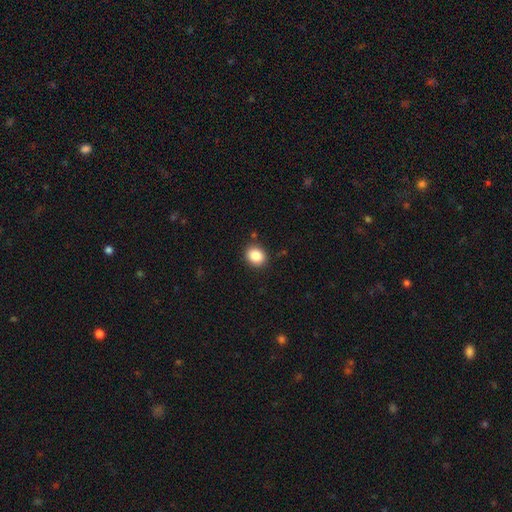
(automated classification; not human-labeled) This is clearly a smooth galaxy (87%). How rounded: possibly round (57%). Merging: clearly none (88%).